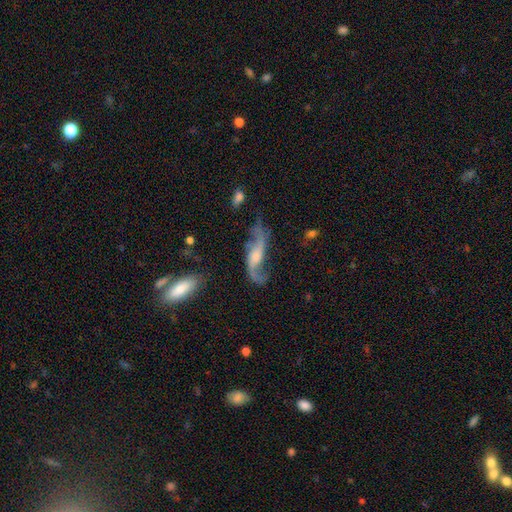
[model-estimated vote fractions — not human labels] This appears to be a featured or disk galaxy (82%) with no bar (48%), 2 (89%) loose (80%) spiral arms (94%) and a moderate central bulge (33%). Merging: none (57%).